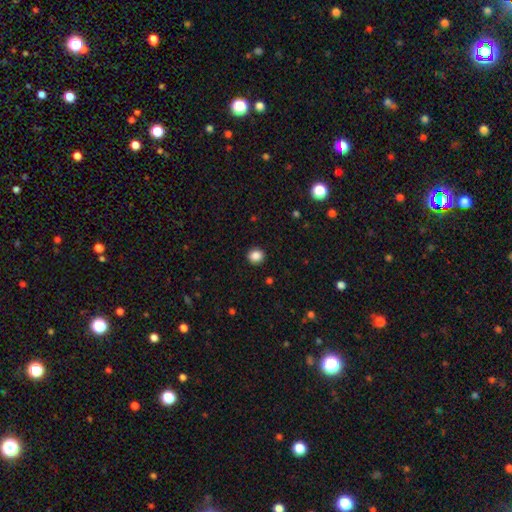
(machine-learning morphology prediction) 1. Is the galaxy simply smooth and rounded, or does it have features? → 87% smooth, 10% star or artifact, 3% featured or disk.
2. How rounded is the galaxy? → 82% round, 17% in between, 1% cigar-shaped.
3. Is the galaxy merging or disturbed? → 92% none, 6% minor disturbance, 2% major disturbance, 1% merger.